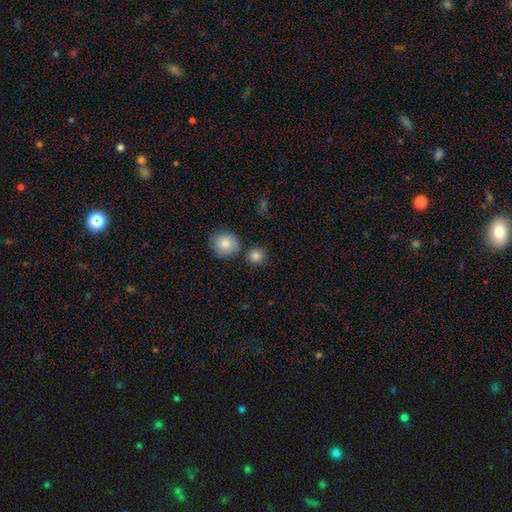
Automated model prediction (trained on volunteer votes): Smooth or featured? Predicted: smooth (p=0.84). How rounded? Predicted: round (p=0.89). Merging? Predicted: none (p=0.76).